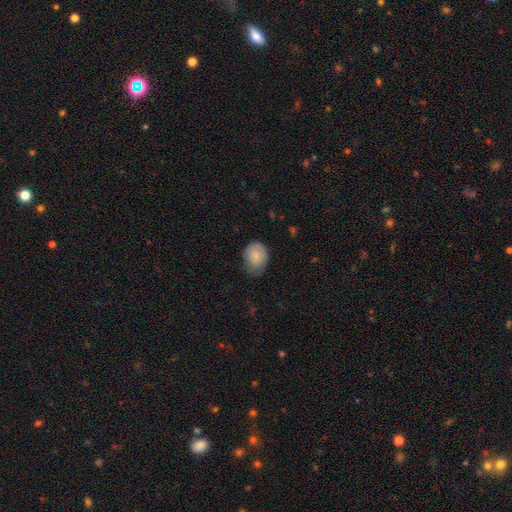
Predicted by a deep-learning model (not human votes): This is clearly a smooth galaxy (83%). How rounded: likely in between (67%). Merging: possibly none (57%).